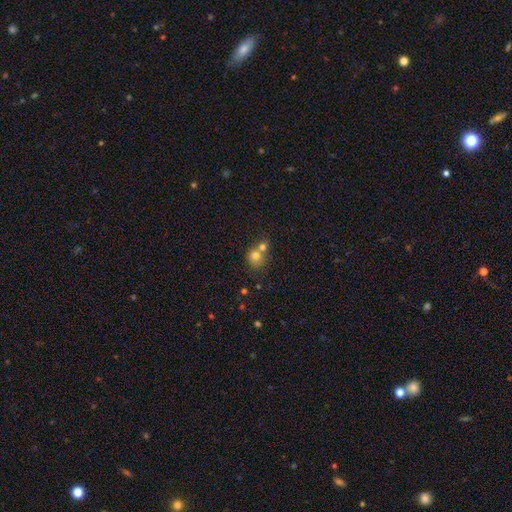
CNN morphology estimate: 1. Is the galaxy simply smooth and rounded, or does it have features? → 74% smooth, 14% featured or disk, 11% star or artifact.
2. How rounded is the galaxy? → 79% round, 20% in between, 1% cigar-shaped.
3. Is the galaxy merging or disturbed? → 55% merger, 35% none, 7% minor disturbance, 3% major disturbance.